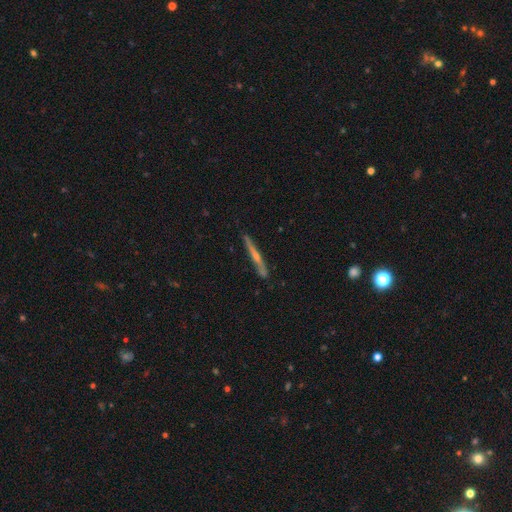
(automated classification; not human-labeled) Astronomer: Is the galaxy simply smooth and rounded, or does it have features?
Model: featured or disk — 71%.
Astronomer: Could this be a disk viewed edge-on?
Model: yes — 96%.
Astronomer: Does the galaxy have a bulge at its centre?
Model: rounded — 75%.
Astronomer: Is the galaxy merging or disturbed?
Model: none — 86%.